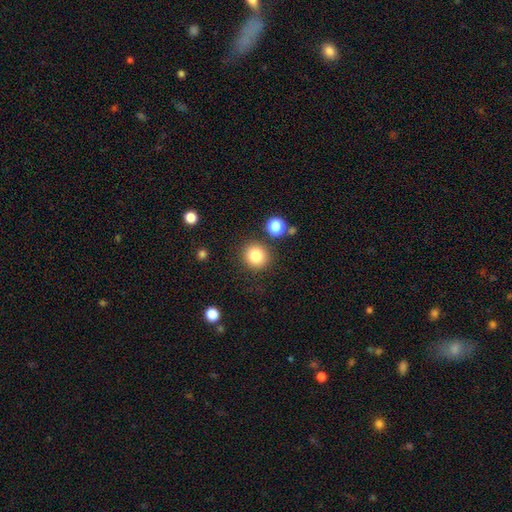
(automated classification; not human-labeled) Morphology: type=smooth (84%); roundness=round (91%); merging=none (85%).